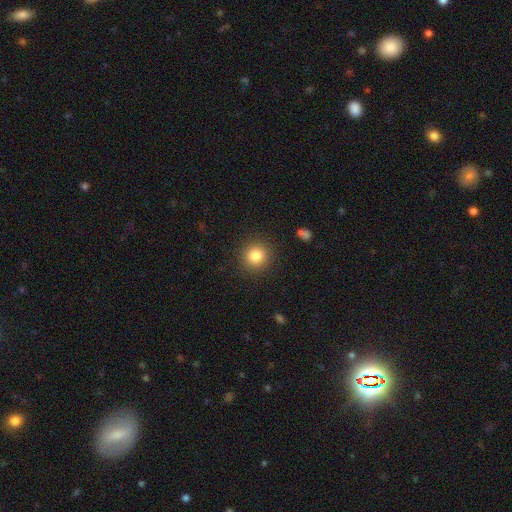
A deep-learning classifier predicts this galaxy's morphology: smooth-or-featured: smooth: 83% | star or artifact: 11% | featured or disk: 6%
  how-rounded: round: 92% | in between: 7% | cigar-shaped: 1%
  merging: none: 90% | minor disturbance: 7% | major disturbance: 3% | merger: 1%